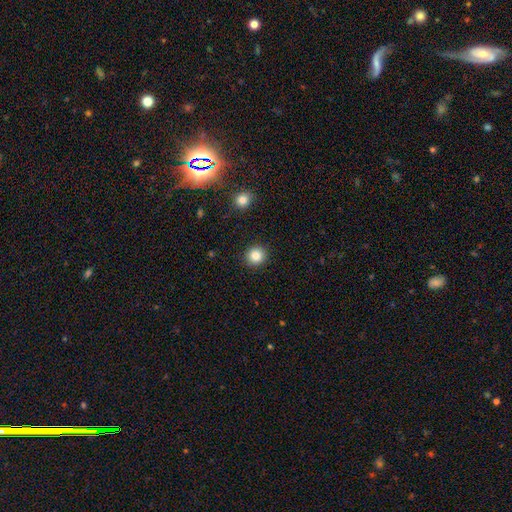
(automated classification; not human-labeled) Smooth or featured? Predicted: smooth (p=0.84). How rounded? Predicted: round (p=0.92). Merging? Predicted: none (p=0.92).